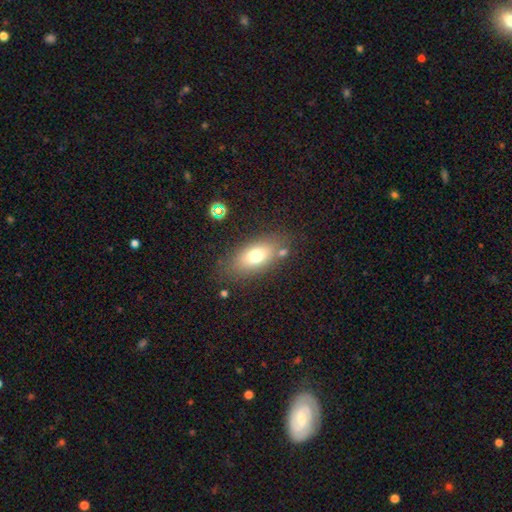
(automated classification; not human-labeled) The model was most divided on "smooth or featured": smooth: 72%, featured or disk: 18%, star or artifact: 10%. More confident: how rounded — in between (86%); merging — none (75%).